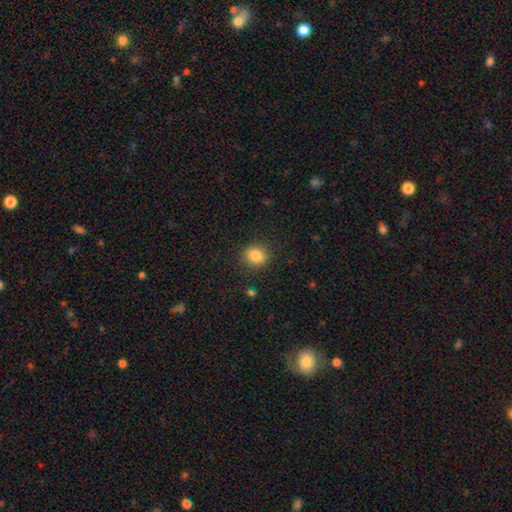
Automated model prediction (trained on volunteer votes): Smooth or featured? Predicted: smooth (p=0.83). How rounded? Predicted: round (p=0.83). Merging? Predicted: none (p=0.89).